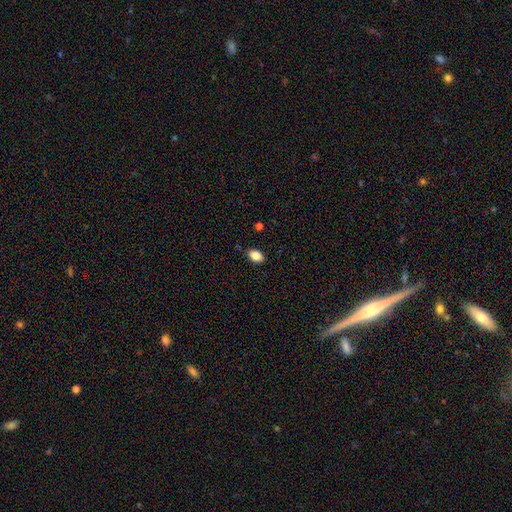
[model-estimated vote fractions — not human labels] smooth 84%, star or artifact 9%, featured or disk 7%. Down the decision tree: how rounded — in between (84%); merging — none (84%).